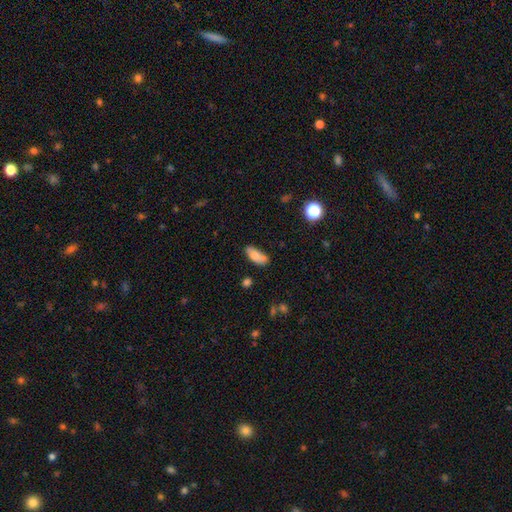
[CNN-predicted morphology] This is likely a smooth galaxy (78%). How rounded: clearly in between (80%). Merging: likely none (63%).